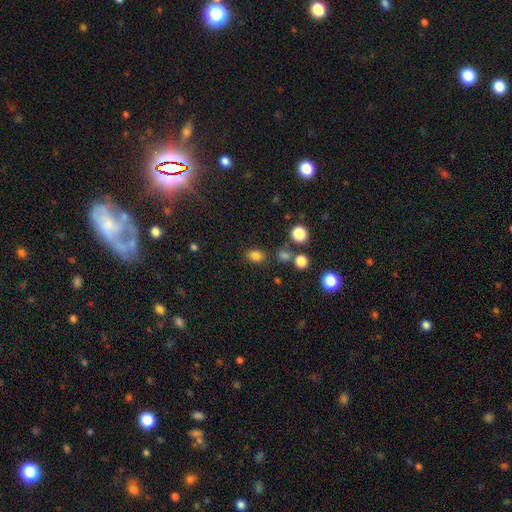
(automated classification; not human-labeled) smooth 81%, star or artifact 15%, featured or disk 4%. Down the decision tree: how rounded — in between (57%); merging — none (79%).